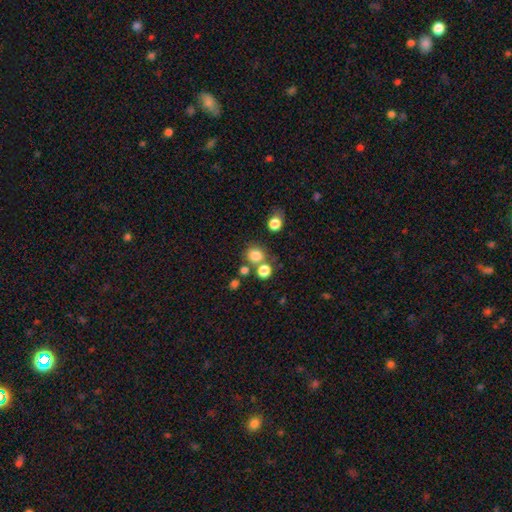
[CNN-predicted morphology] This is likely a smooth galaxy (79%). How rounded: clearly round (82%). Merging: likely none (64%).